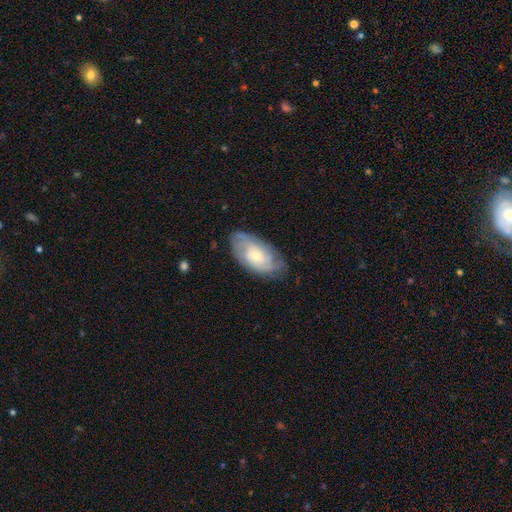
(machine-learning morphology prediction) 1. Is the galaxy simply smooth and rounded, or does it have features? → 70% featured or disk, 23% smooth, 6% star or artifact.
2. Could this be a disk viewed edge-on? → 94% no, 6% yes.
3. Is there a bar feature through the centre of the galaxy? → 72% no, 24% weak, 4% strong.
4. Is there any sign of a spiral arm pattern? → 91% yes, 9% no.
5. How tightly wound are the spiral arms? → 64% tight, 28% medium, 8% loose.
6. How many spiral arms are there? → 44% can't tell, 24% 2, 15% 3, 8% 4, 4% 1, 4% more than 4.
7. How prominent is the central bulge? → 59% small, 36% moderate, 2% large, 2% none, 1% dominant.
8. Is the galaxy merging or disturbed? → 76% none, 18% minor disturbance, 5% major disturbance, 1% merger.